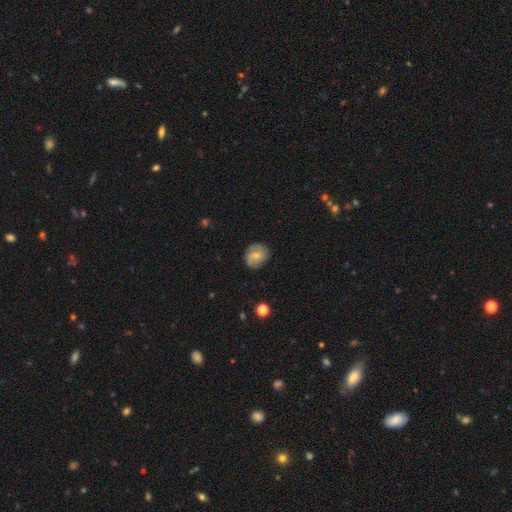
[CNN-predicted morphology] This is possibly a smooth galaxy (53%). How rounded: likely round (73%). Merging: likely none (79%).